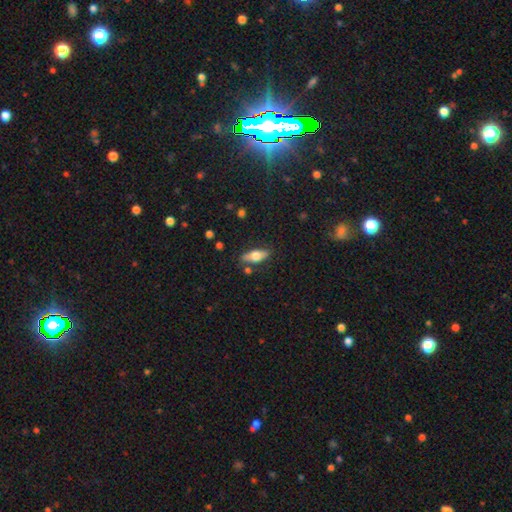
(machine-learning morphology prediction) A smooth galaxy with no disk features (60%) that is in between round and cigar-shaped (72%).

Vote fractions:
- Smooth or featured? smooth: 60% / featured or disk: 33% / star or artifact: 7%
- How rounded? in between: 72% / cigar-shaped: 25% / round: 3%
- Merging? none: 78% / minor disturbance: 14% / merger: 4% / major disturbance: 3%